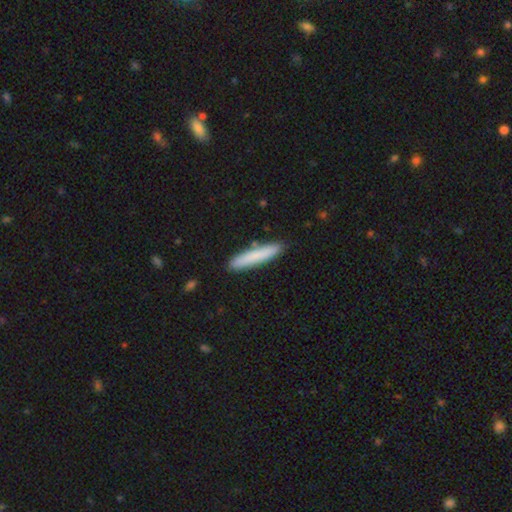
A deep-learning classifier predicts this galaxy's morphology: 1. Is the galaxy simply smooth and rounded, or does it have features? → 81% smooth, 14% featured or disk, 6% star or artifact.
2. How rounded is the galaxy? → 92% cigar-shaped, 7% in between, 1% round.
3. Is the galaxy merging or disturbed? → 88% none, 8% minor disturbance, 2% merger, 2% major disturbance.